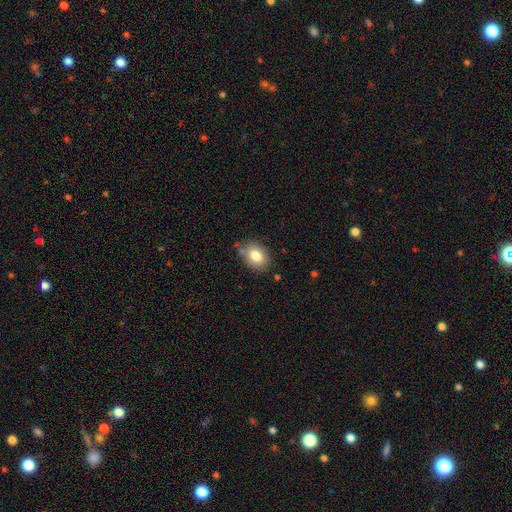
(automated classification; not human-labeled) smooth_or_featured: smooth (p=0.81) [alt: featured or disk p=0.10]
how_rounded: in between (p=0.72) [alt: round p=0.27]
merging: none (p=0.75) [alt: minor disturbance p=0.17]